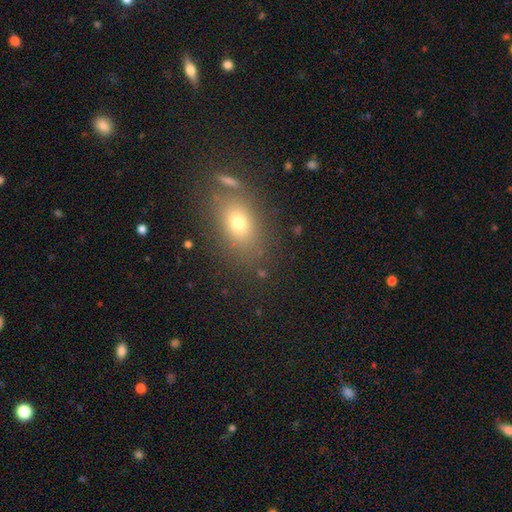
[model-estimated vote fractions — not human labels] Smooth or featured?
  - smooth: 63% *
  - star or artifact: 23%
  - featured or disk: 14%
How rounded?
  - in between: 70% *
  - round: 27%
  - cigar-shaped: 3%
Merging?
  - none: 78% *
  - minor disturbance: 12%
  - merger: 7%
  - major disturbance: 4%